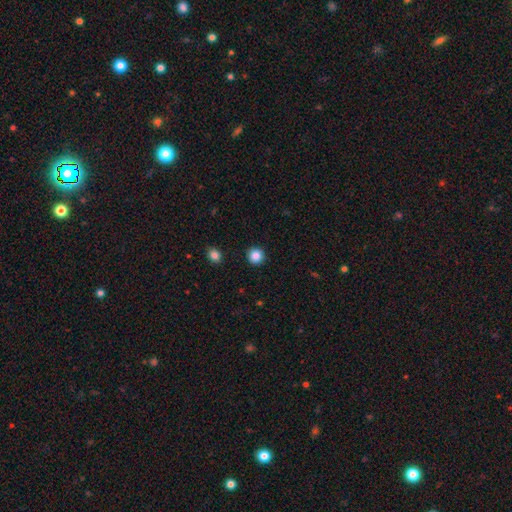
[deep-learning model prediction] This is clearly a smooth galaxy (86%). How rounded: clearly round (95%). Merging: clearly none (92%).